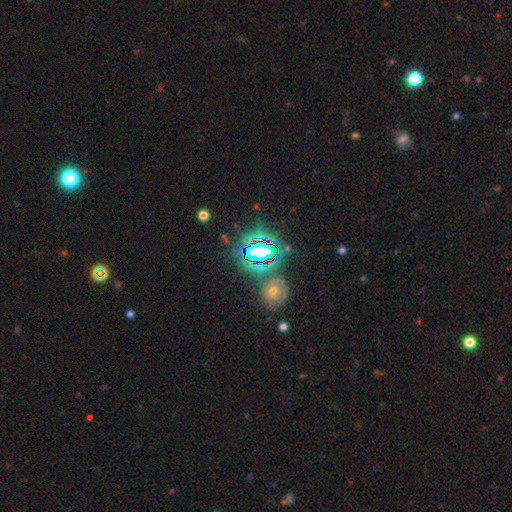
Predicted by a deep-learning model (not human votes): A star or artifact, not a galaxy (68%).